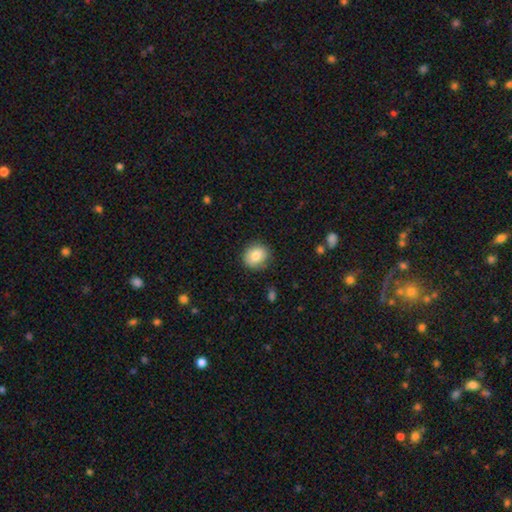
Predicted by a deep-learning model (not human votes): The model was most divided on "how rounded": round: 74%, in between: 25%, cigar-shaped: 1%. More confident: merging — none (84%); smooth or featured — smooth (82%).